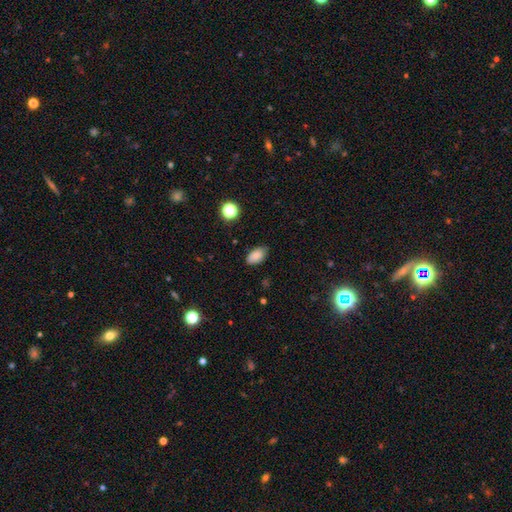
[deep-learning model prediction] Smooth or featured? Predicted: smooth (p=0.85). How rounded? Predicted: in between (p=0.92). Merging? Predicted: none (p=0.80).